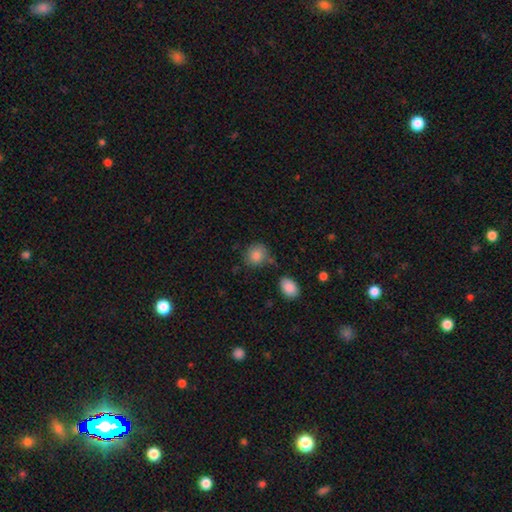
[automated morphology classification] smooth_or_featured: smooth (p=0.86) [alt: star or artifact p=0.08]
how_rounded: round (p=0.75) [alt: in between p=0.24]
merging: none (p=0.68) [alt: minor disturbance p=0.18]